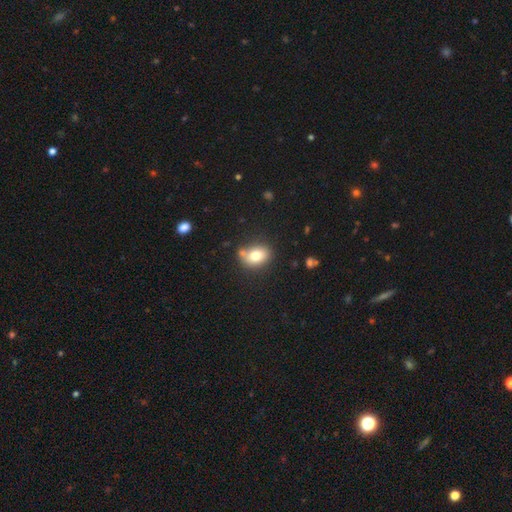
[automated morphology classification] type=smooth (77%); roundness=in between (63%); merging=none (69%).